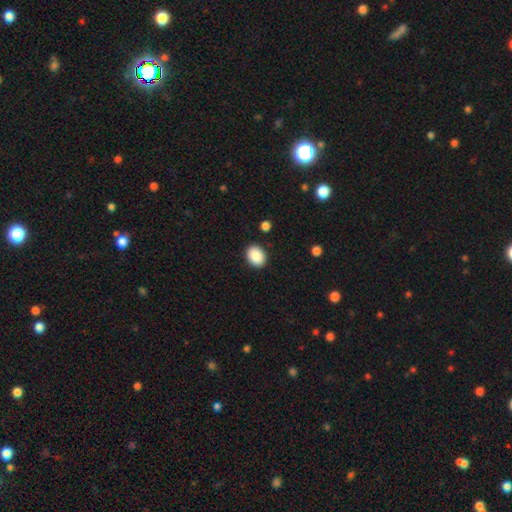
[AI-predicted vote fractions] Morphology: type=smooth (89%); roundness=in between (58%); merging=none (88%).